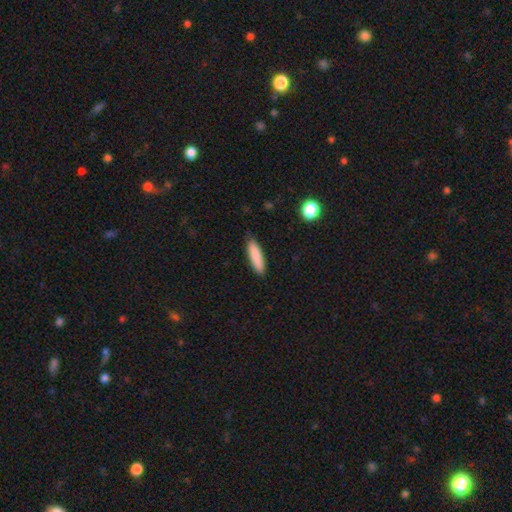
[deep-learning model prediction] smooth_or_featured: smooth (p=0.86) [alt: featured or disk p=0.08]
how_rounded: cigar-shaped (p=0.69) [alt: in between p=0.30]
merging: none (p=0.86) [alt: minor disturbance p=0.11]